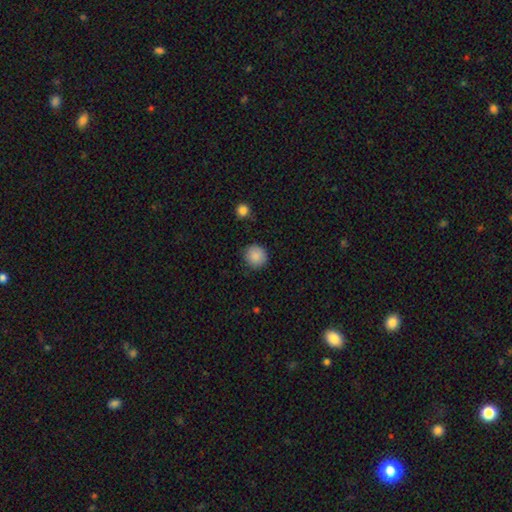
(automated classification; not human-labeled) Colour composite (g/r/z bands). It shows a smooth galaxy with no disk features (88%) that is round (93%). Merging: none (88%).